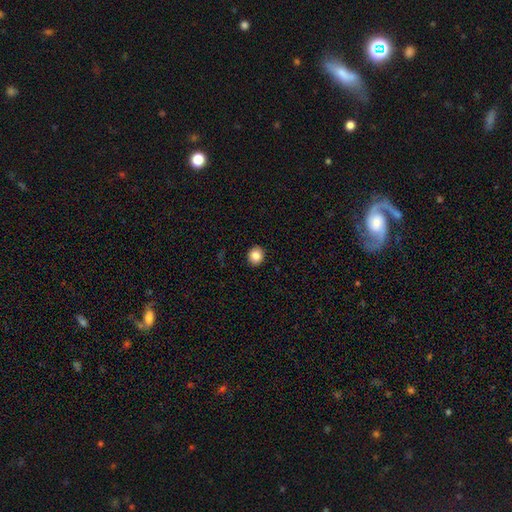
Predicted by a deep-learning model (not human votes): Q: Smooth or featured?
A: smooth (86%); runner-up: star or artifact (10%)
Q: How rounded?
A: round (85%); runner-up: in between (14%)
Q: Merging?
A: none (92%); runner-up: minor disturbance (5%)